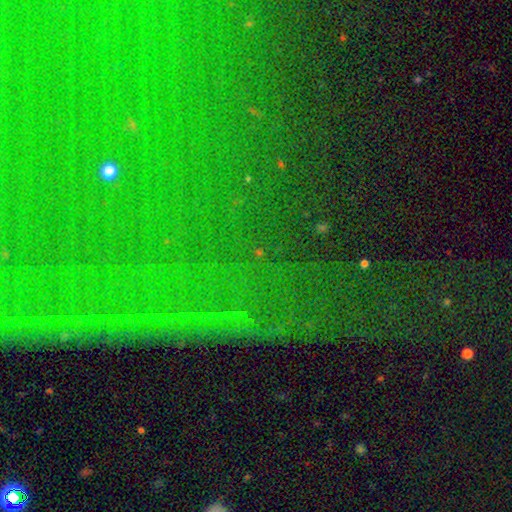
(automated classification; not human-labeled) Q: Smooth or featured?
A: star or artifact (84%); runner-up: smooth (8%)